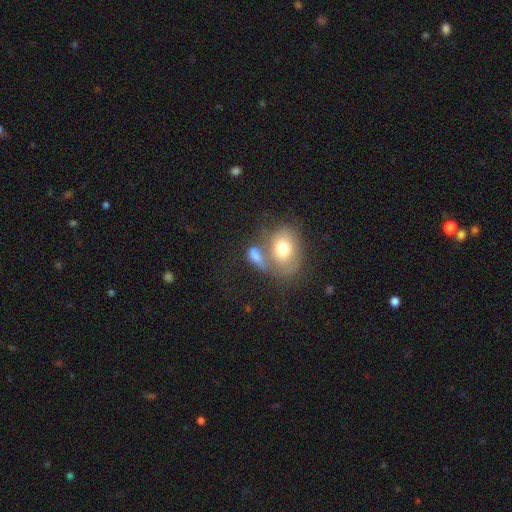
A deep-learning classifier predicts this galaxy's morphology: Smooth or featured?
  - smooth: 71% *
  - featured or disk: 20%
  - star or artifact: 9%
How rounded?
  - in between: 74% *
  - round: 22%
  - cigar-shaped: 5%
Merging?
  - merger: 48% *
  - none: 28%
  - minor disturbance: 13%
  - major disturbance: 12%